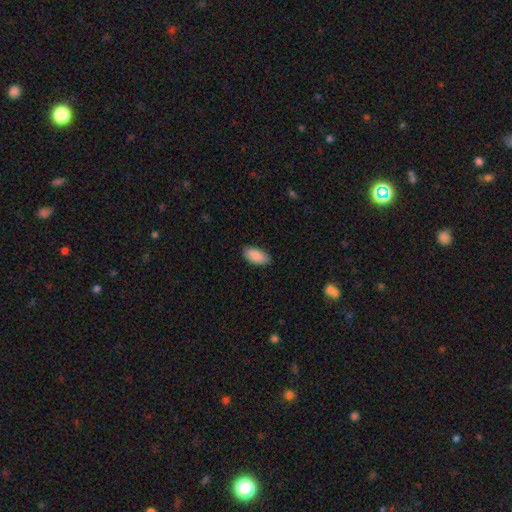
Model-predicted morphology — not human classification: Q: Smooth or featured?
A: smooth (90%); runner-up: star or artifact (6%)
Q: How rounded?
A: in between (94%); runner-up: cigar-shaped (4%)
Q: Merging?
A: none (87%); runner-up: minor disturbance (10%)